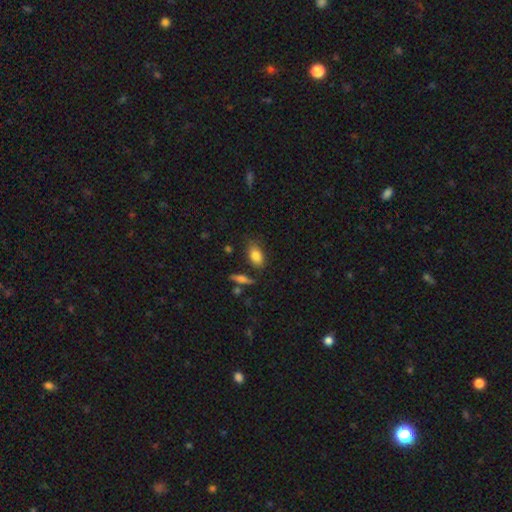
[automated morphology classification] smooth 81%, featured or disk 11%, star or artifact 8%. Down the decision tree: how rounded — in between (88%); merging — none (75%).